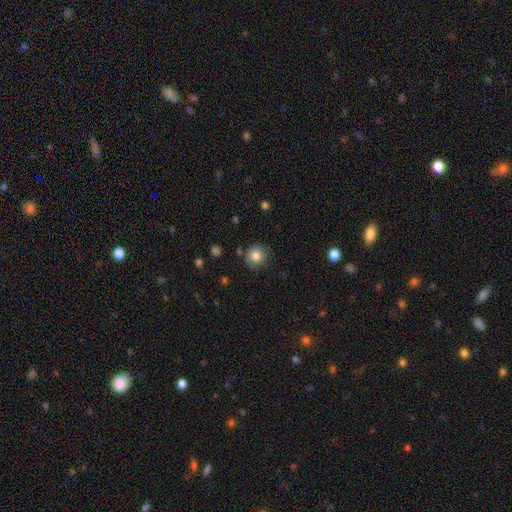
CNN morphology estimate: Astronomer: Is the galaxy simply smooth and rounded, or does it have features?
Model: smooth — 81%.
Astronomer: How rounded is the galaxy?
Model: round — 89%.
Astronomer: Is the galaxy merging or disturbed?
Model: none — 80%.